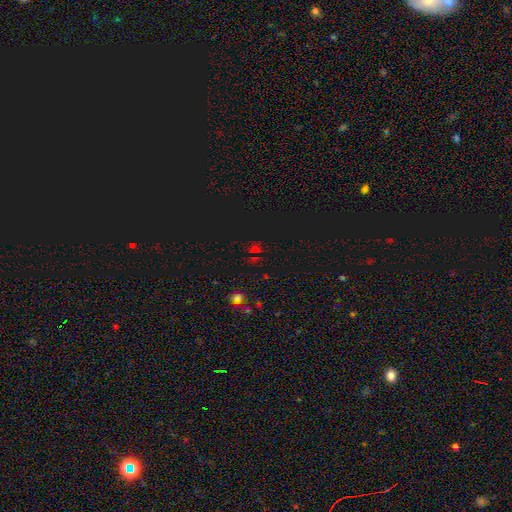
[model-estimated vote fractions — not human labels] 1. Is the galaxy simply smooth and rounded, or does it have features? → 65% star or artifact, 27% smooth, 8% featured or disk.